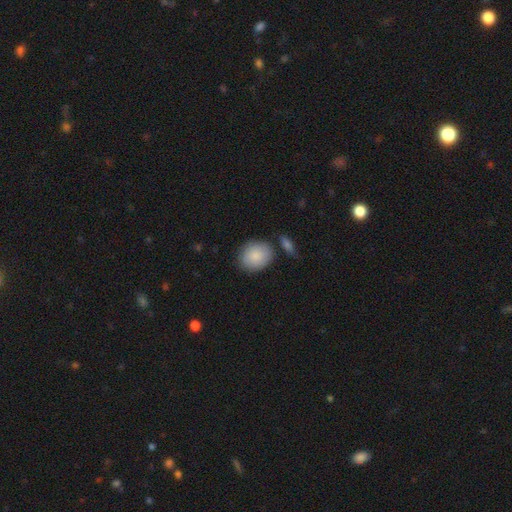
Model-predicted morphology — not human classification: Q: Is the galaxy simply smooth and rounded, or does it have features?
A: smooth — 88%.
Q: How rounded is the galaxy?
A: round — 58%.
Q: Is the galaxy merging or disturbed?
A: none — 75%.